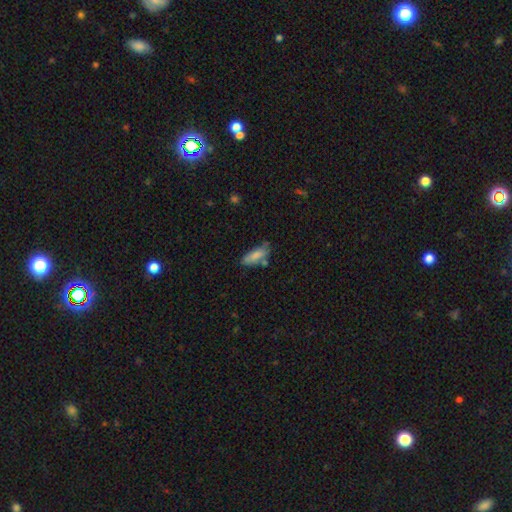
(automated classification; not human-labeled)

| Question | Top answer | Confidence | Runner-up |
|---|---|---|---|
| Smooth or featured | smooth | 79% | featured or disk (14%) |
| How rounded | in between | 70% | cigar-shaped (28%) |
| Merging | none | 54% | minor disturbance (27%) |